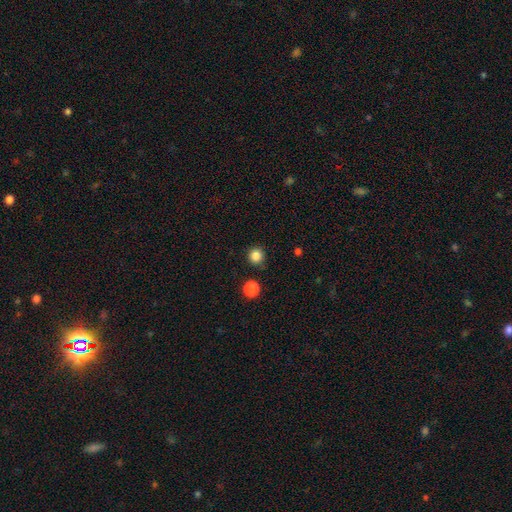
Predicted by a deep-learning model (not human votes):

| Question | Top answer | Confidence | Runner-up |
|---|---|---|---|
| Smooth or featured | smooth | 85% | star or artifact (12%) |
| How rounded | round | 94% | in between (5%) |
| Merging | none | 89% | minor disturbance (6%) |